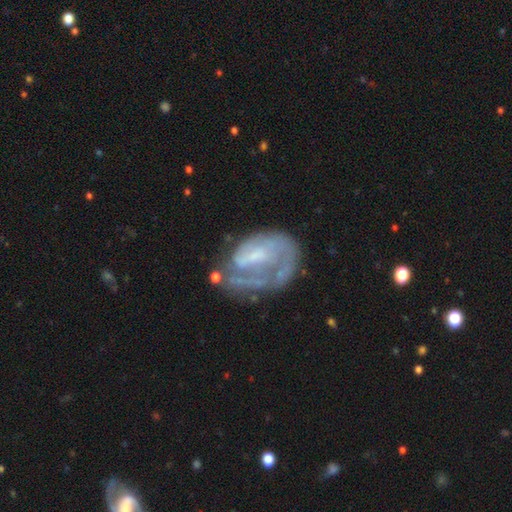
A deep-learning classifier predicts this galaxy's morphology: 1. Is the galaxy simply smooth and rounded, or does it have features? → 72% featured or disk, 21% smooth, 8% star or artifact.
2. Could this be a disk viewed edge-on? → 97% no, 3% yes.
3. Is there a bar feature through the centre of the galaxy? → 47% no, 41% weak, 13% strong.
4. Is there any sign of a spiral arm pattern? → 71% yes, 29% no.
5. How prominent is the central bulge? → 41% small, 30% none, 24% moderate, 4% large, 1% dominant.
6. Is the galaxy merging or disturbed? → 43% none, 29% major disturbance, 23% minor disturbance, 6% merger.